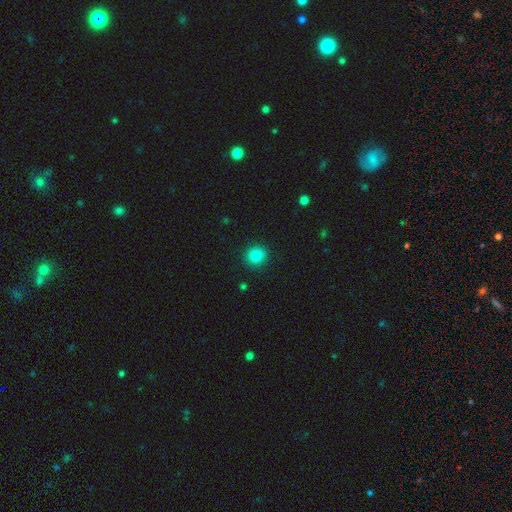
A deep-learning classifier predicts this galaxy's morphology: This appears to be a smooth galaxy with no disk features (82%) that is round (92%). Merging: none (91%).